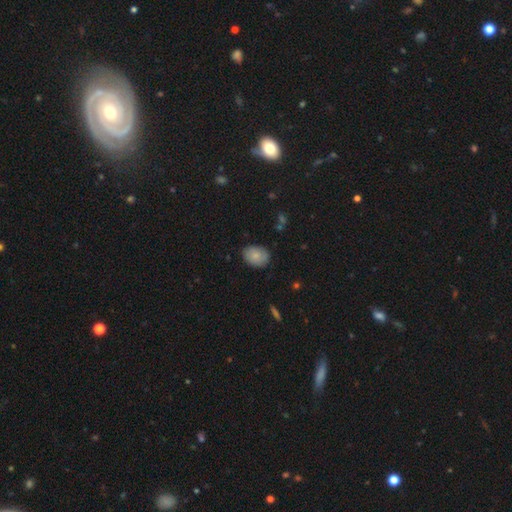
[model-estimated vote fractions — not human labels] This is clearly a smooth galaxy (82%). How rounded: likely in between (70%). Merging: clearly none (84%).